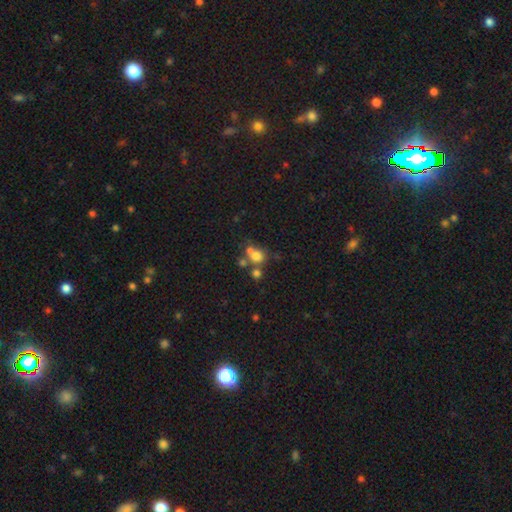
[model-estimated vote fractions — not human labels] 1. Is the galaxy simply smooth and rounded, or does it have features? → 69% smooth, 16% star or artifact, 15% featured or disk.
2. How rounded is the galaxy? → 84% round, 15% in between, 1% cigar-shaped.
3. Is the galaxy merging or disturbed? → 48% none, 38% merger, 9% minor disturbance, 5% major disturbance.